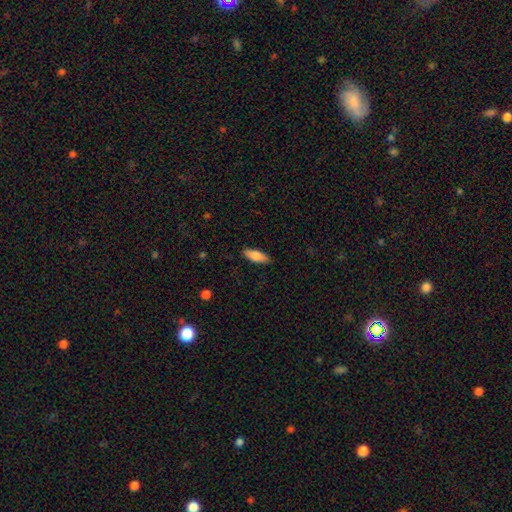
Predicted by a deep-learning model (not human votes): Smooth or featured? smooth (82%)
How rounded? in between (67%)
Merging? none (86%)